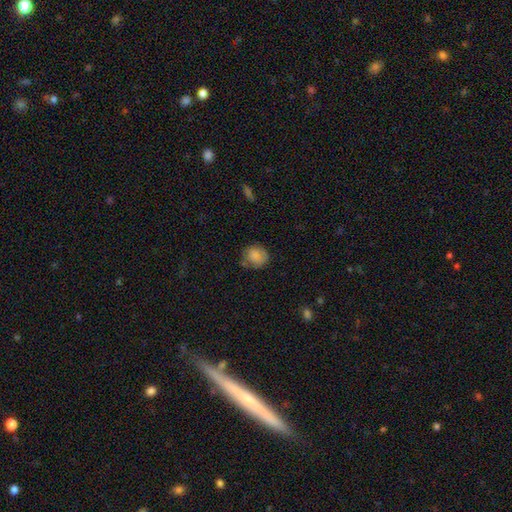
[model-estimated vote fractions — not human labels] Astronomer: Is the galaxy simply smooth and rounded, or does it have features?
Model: smooth — 83%.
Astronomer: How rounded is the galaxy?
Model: round — 79%.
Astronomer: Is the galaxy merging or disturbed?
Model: none — 66%.